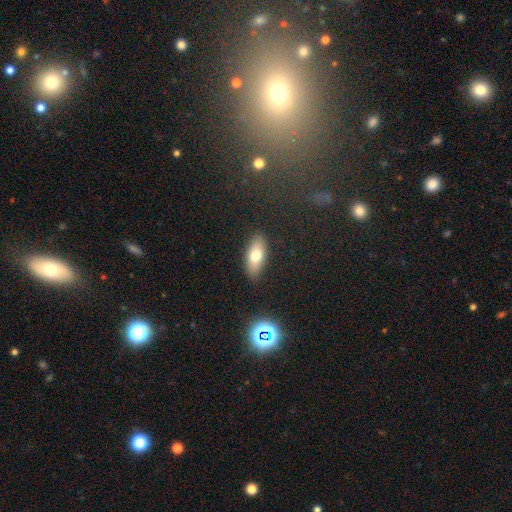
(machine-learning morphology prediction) smooth_or_featured: smooth (p=0.71) [alt: featured or disk p=0.21]
how_rounded: in between (p=0.81) [alt: cigar-shaped p=0.16]
merging: none (p=0.87) [alt: minor disturbance p=0.09]